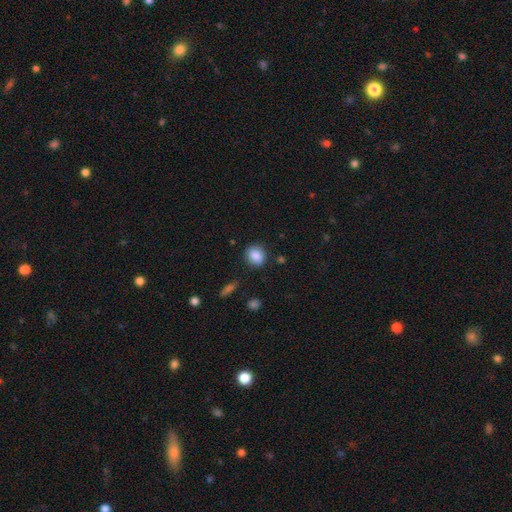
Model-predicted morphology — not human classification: smooth_or_featured: smooth (p=0.86) [alt: star or artifact p=0.08]
how_rounded: round (p=0.65) [alt: in between p=0.34]
merging: none (p=0.84) [alt: minor disturbance p=0.11]